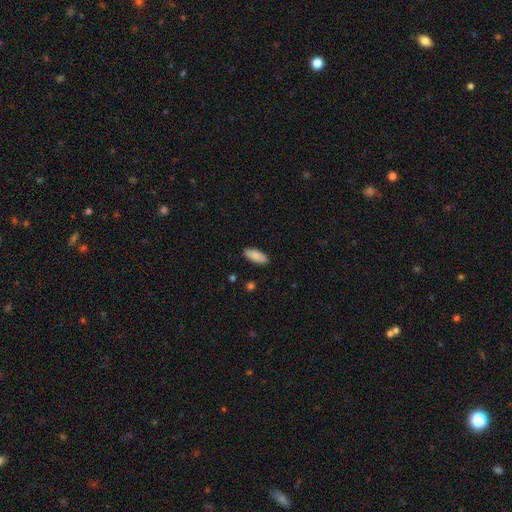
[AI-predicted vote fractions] Morphology: type=smooth (88%); roundness=in between (83%); merging=none (88%).